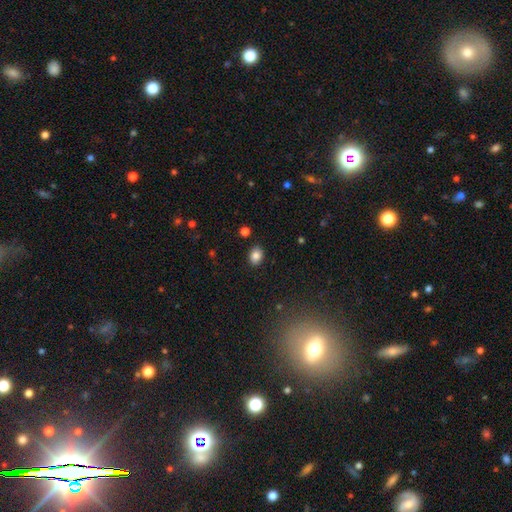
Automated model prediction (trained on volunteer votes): Smooth or featured: smooth — 85% (star or artifact — 10%)
How rounded: in between — 61% (round — 38%)
Merging: none — 88% (minor disturbance — 8%)